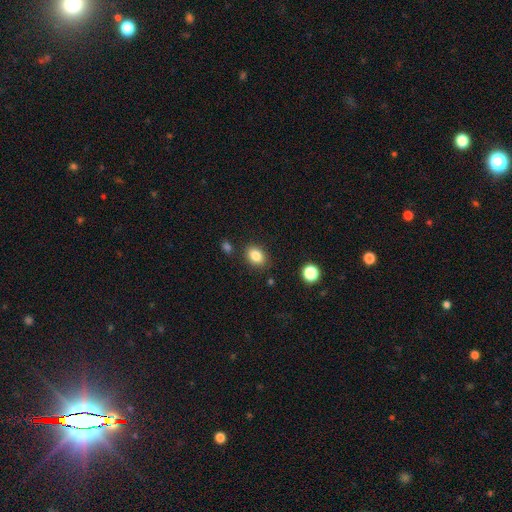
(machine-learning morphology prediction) Smooth or featured? Predicted: smooth (p=0.85). How rounded? Predicted: in between (p=0.71). Merging? Predicted: none (p=0.84).